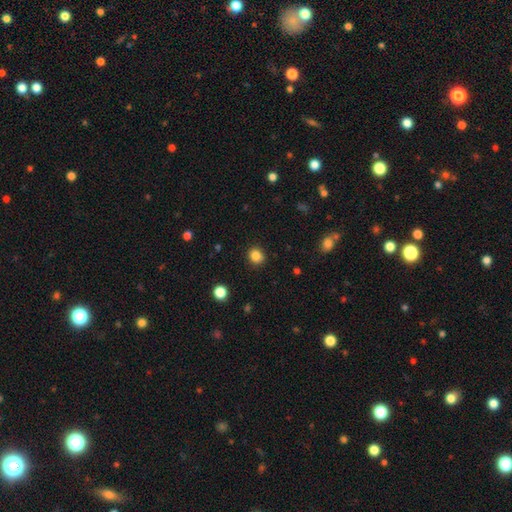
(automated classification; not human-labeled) A smooth galaxy with no disk features (85%) that is round (76%).

Vote fractions:
- Smooth or featured? smooth: 85% / star or artifact: 11% / featured or disk: 4%
- How rounded? round: 76% / in between: 23% / cigar-shaped: 1%
- Merging? none: 89% / minor disturbance: 7% / major disturbance: 2% / merger: 1%